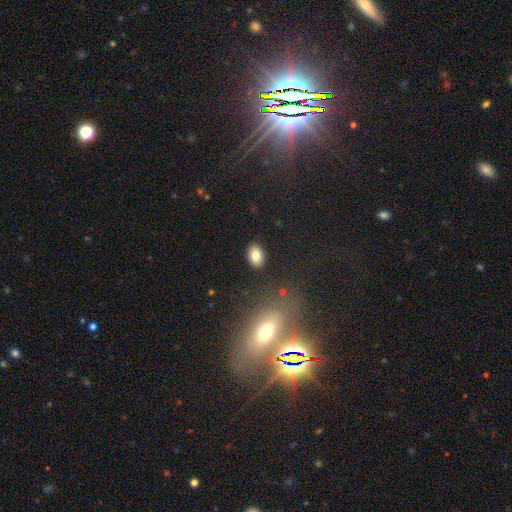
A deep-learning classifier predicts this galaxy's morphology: Smooth or featured? Predicted: smooth (p=0.81). How rounded? Predicted: in between (p=0.84). Merging? Predicted: none (p=0.88).